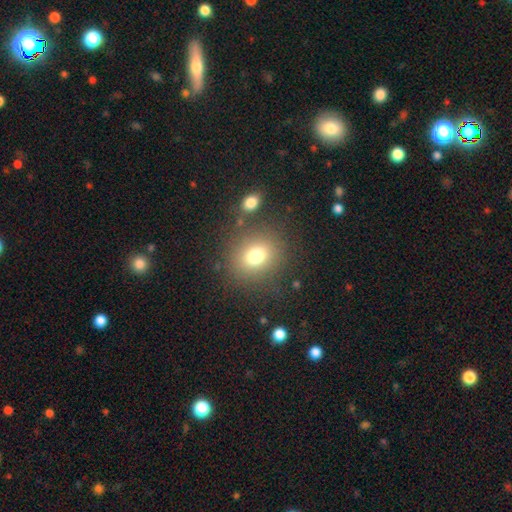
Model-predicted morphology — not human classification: smooth-or-featured: smooth: 75% | star or artifact: 14% | featured or disk: 11%
  how-rounded: round: 73% | in between: 26% | cigar-shaped: 1%
  merging: none: 79% | minor disturbance: 10% | merger: 6% | major disturbance: 5%